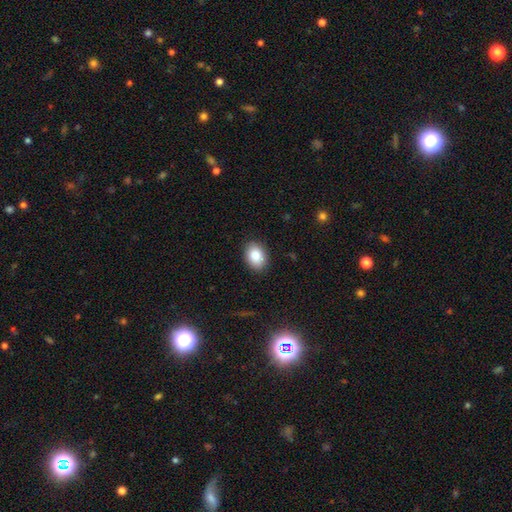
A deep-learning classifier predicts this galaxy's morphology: Q: Smooth or featured?
A: smooth (86%); runner-up: star or artifact (8%)
Q: How rounded?
A: in between (74%); runner-up: round (25%)
Q: Merging?
A: none (88%); runner-up: minor disturbance (9%)